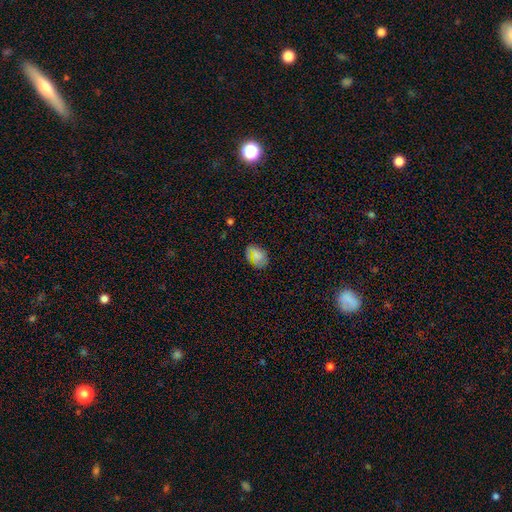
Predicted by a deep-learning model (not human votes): A smooth galaxy with no disk features (68%) that is in between round and cigar-shaped (76%).

Vote fractions:
- Smooth or featured? smooth: 68% / star or artifact: 20% / featured or disk: 13%
- How rounded? in between: 76% / round: 22% / cigar-shaped: 2%
- Merging? none: 79% / minor disturbance: 15% / major disturbance: 4% / merger: 2%